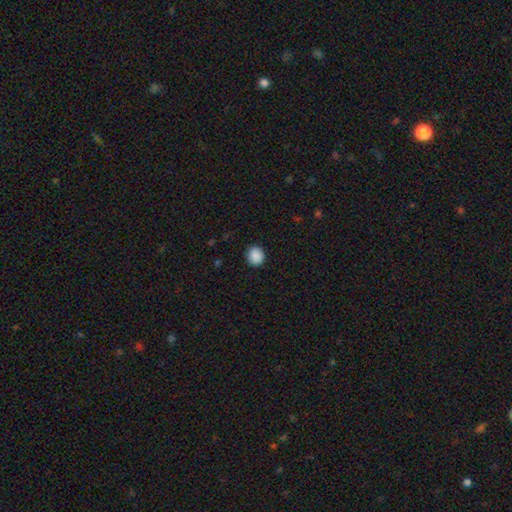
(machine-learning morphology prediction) Overall: smooth (89%). How rounded: round (83%). Merging: none (90%).